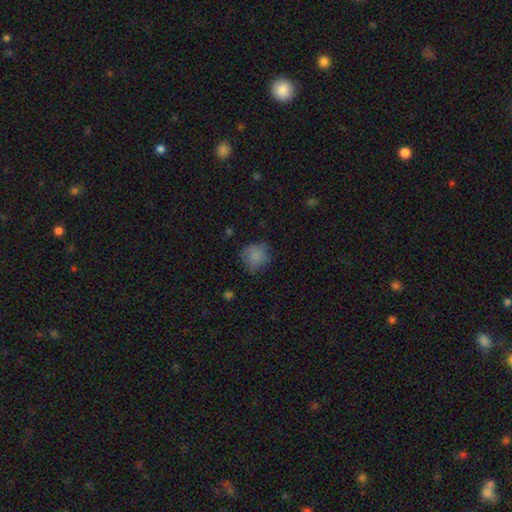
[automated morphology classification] Smooth or featured? smooth (79%)
How rounded? round (83%)
Merging? none (66%)